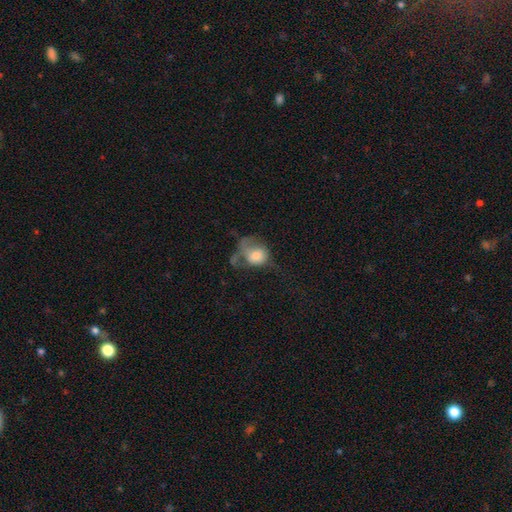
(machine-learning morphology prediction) type=smooth (63%); roundness=round (50%); merging=major disturbance (51%).